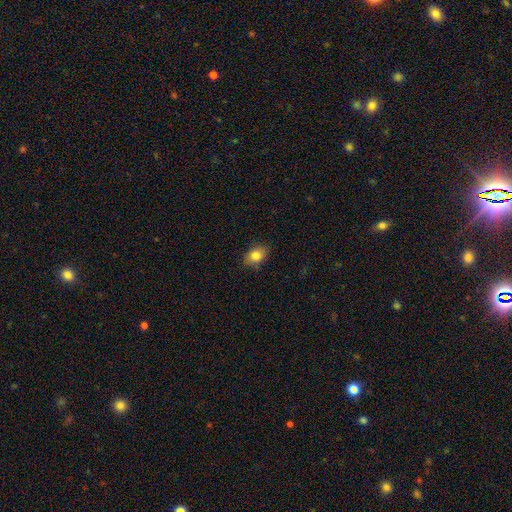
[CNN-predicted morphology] A smooth galaxy with no disk features (82%) that is in between round and cigar-shaped (71%).

Vote fractions:
- Smooth or featured? smooth: 82% / star or artifact: 9% / featured or disk: 9%
- How rounded? in between: 71% / round: 27% / cigar-shaped: 1%
- Merging? none: 84% / minor disturbance: 13% / major disturbance: 2% / merger: 1%